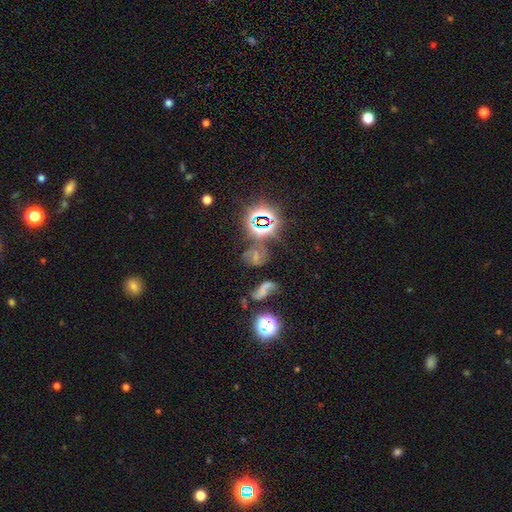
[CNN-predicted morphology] Smooth or featured: star or artifact — 44% (featured or disk — 30%)